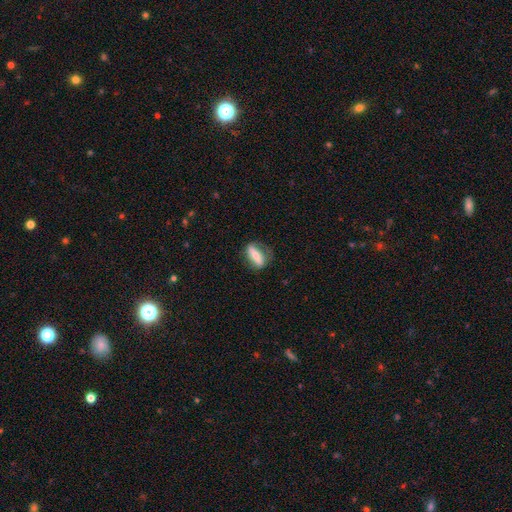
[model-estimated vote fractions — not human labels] This appears to be a smooth galaxy with no disk features (54%) that is in between round and cigar-shaped (58%). Merging: none (65%).